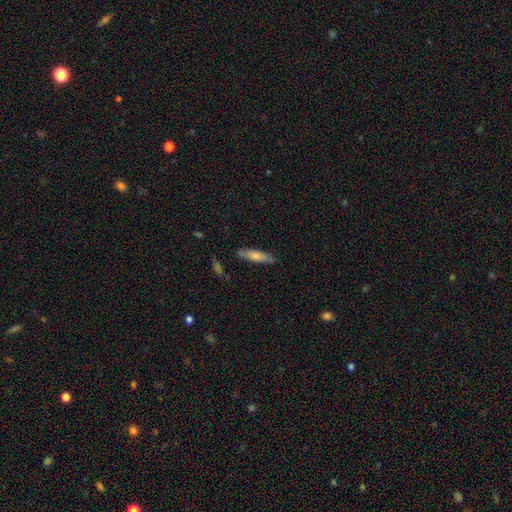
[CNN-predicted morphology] Smooth or featured: smooth — 71% (featured or disk — 23%)
How rounded: cigar-shaped — 71% (in between — 27%)
Merging: none — 80% (minor disturbance — 15%)